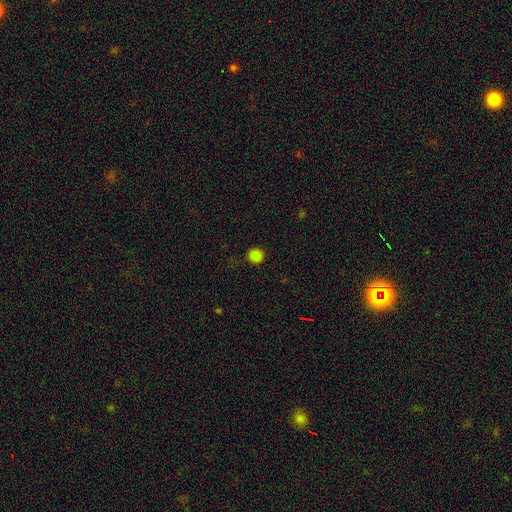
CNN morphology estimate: Q: Smooth or featured?
A: smooth (83%); runner-up: star or artifact (14%)
Q: How rounded?
A: round (90%); runner-up: in between (9%)
Q: Merging?
A: none (89%); runner-up: minor disturbance (8%)